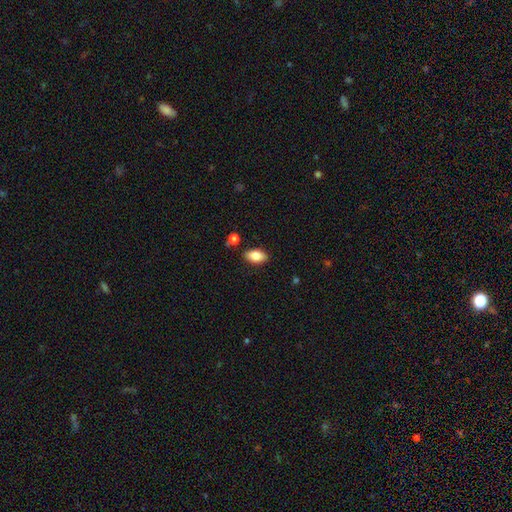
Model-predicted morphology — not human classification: The model was most divided on "smooth or featured": smooth: 82%, featured or disk: 10%, star or artifact: 7%. More confident: how rounded — in between (92%); merging — none (85%).